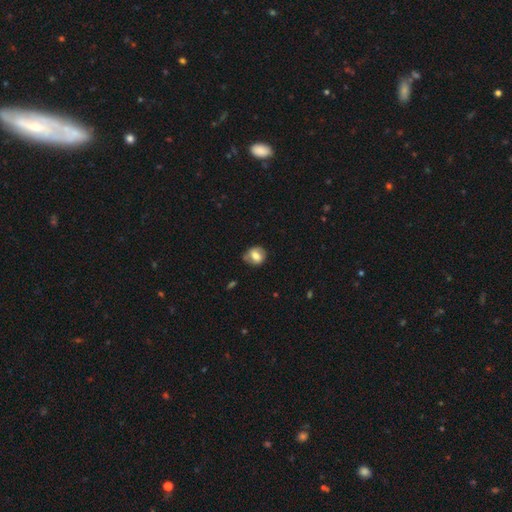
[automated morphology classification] type=smooth (67%); roundness=round (61%); merging=none (68%).